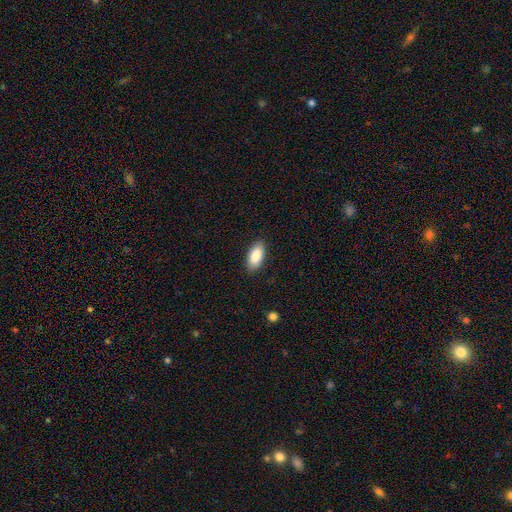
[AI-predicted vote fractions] Smooth or featured? smooth (87%)
How rounded? in between (91%)
Merging? none (87%)